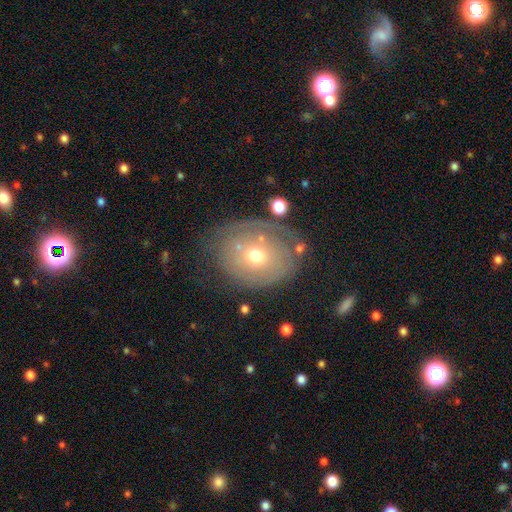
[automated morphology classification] Smooth or featured?
  - featured or disk: 51% *
  - smooth: 39%
  - star or artifact: 9%
Edge-on disk?
  - no: 94% *
  - yes: 6%
Merging?
  - none: 62% *
  - minor disturbance: 21%
  - major disturbance: 12%
  - merger: 5%